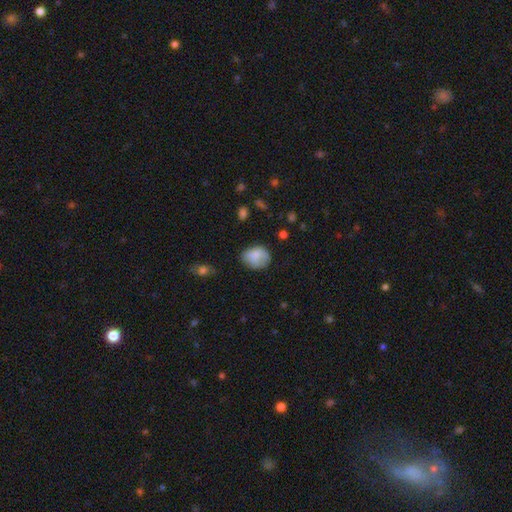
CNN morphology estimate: type=smooth (77%); roundness=in between (50%); merging=none (59%).